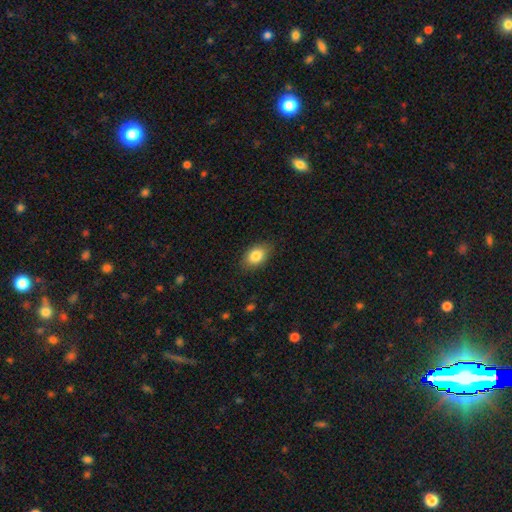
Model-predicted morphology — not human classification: This appears to be a smooth galaxy with no disk features (84%) that is in between round and cigar-shaped (84%). Merging: none (86%).